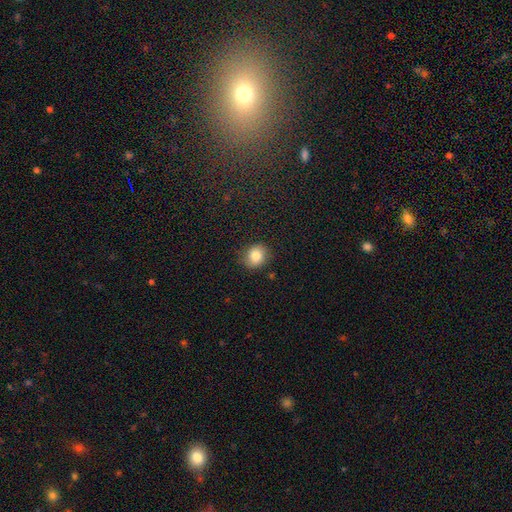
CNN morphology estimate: smooth_or_featured: smooth (p=0.83) [alt: star or artifact p=0.09]
how_rounded: round (p=0.76) [alt: in between p=0.23]
merging: none (p=0.83) [alt: minor disturbance p=0.13]